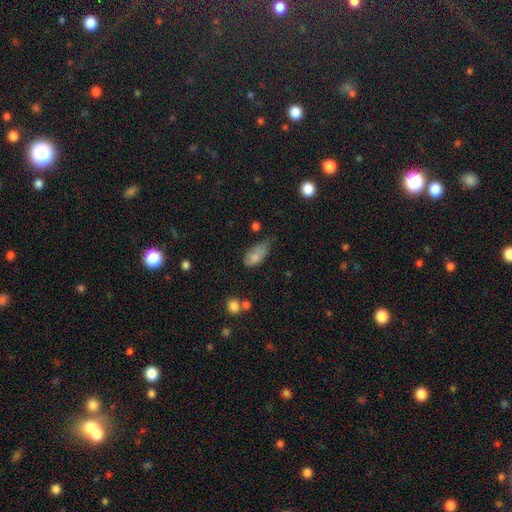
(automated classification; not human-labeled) Q: Smooth or featured?
A: smooth (79%); runner-up: featured or disk (13%)
Q: How rounded?
A: in between (90%); runner-up: cigar-shaped (6%)
Q: Merging?
A: minor disturbance (47%); runner-up: none (31%)